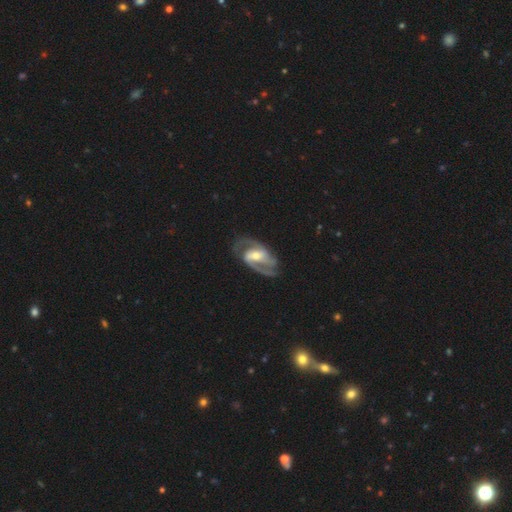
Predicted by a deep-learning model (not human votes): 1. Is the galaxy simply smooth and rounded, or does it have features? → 90% featured or disk, 6% smooth, 4% star or artifact.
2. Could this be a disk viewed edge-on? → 97% no, 3% yes.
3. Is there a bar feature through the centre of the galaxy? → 42% weak, 36% strong, 22% no.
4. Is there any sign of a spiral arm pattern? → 97% yes, 3% no.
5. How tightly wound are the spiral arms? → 57% medium, 25% tight, 18% loose.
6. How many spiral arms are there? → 74% 2, 15% 3, 5% can't tell, 2% 1, 2% 4, 2% more than 4.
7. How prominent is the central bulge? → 56% moderate, 36% small, 5% large, 2% none, 1% dominant.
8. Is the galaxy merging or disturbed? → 74% none, 16% minor disturbance, 9% major disturbance, 2% merger.